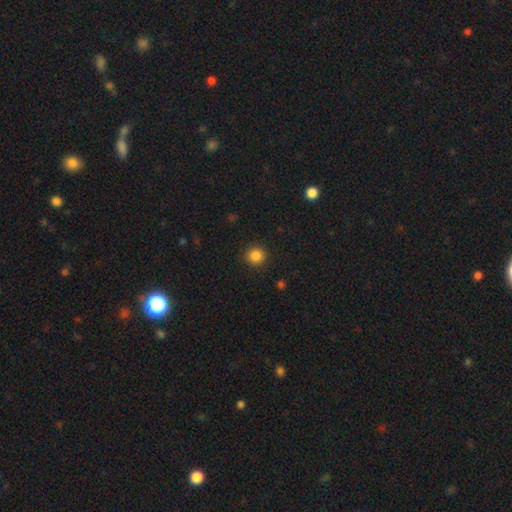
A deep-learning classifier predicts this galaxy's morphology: A smooth galaxy with no disk features (86%) that is round (93%).

Vote fractions:
- Smooth or featured? smooth: 86% / star or artifact: 11% / featured or disk: 3%
- How rounded? round: 93% / in between: 6% / cigar-shaped: 1%
- Merging? none: 91% / minor disturbance: 6% / major disturbance: 2% / merger: 1%